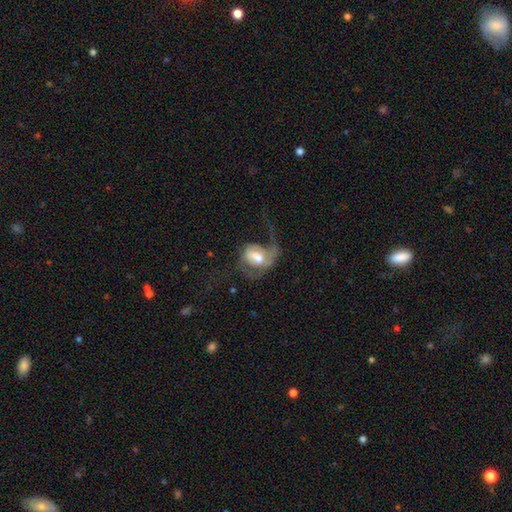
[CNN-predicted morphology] smooth_or_featured: featured or disk (p=0.60) [alt: smooth p=0.33]
disk_edge_on: no (p=0.96) [alt: yes p=0.04]
bar: weak (p=0.43) [alt: no p=0.41]
has_spiral_arms: yes (p=0.74) [alt: no p=0.26]
bulge_size: moderate (p=0.52) [alt: large p=0.26]
merging: major disturbance (p=0.55) [alt: none p=0.25]